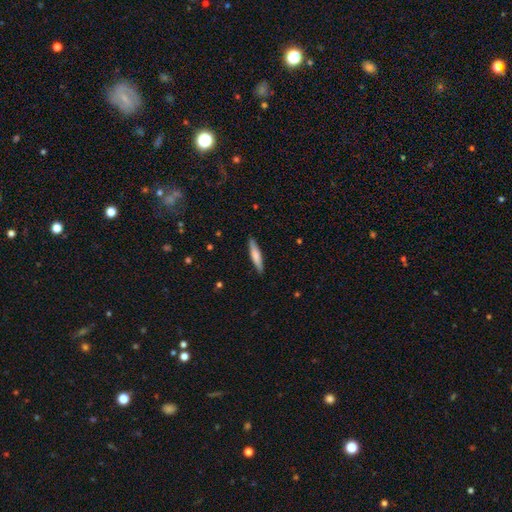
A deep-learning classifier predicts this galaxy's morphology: Smooth or featured? smooth (63%)
How rounded? cigar-shaped (89%)
Merging? none (90%)